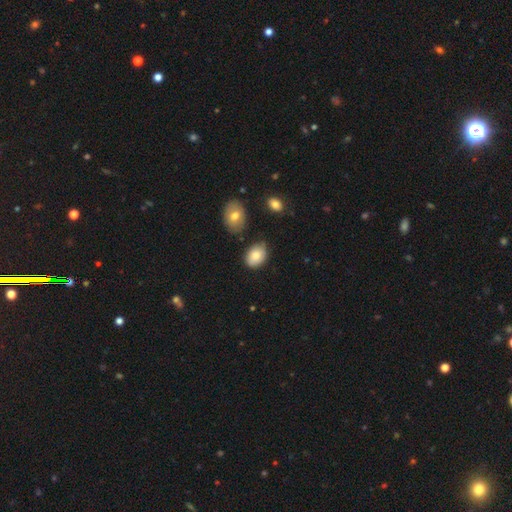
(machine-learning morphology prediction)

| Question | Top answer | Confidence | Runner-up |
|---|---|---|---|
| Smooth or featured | smooth | 82% | featured or disk (11%) |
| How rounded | in between | 75% | round (24%) |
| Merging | none | 71% | minor disturbance (21%) |